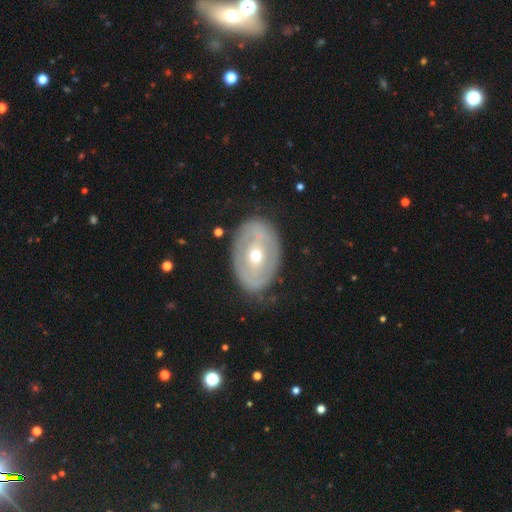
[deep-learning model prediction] Smooth or featured? Predicted: featured or disk (p=0.67). Edge-on disk? Predicted: no (p=0.93). Bar? Predicted: no (p=0.50). Spiral arms? Predicted: no (p=0.63). Bulge size? Predicted: moderate (p=0.57). Merging? Predicted: none (p=0.76).